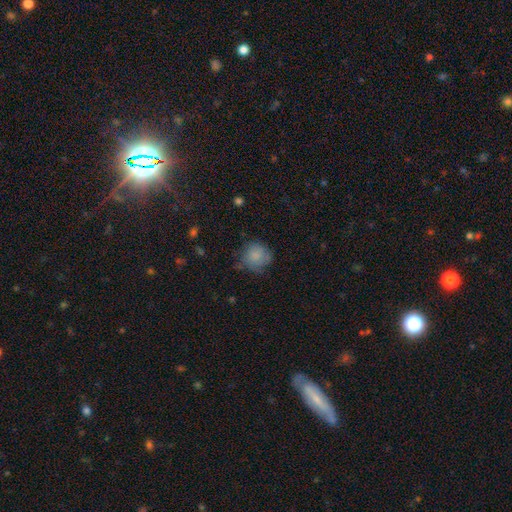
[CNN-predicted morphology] Q: Smooth or featured?
A: smooth (79%); runner-up: featured or disk (12%)
Q: How rounded?
A: round (87%); runner-up: in between (12%)
Q: Merging?
A: none (65%); runner-up: minor disturbance (26%)